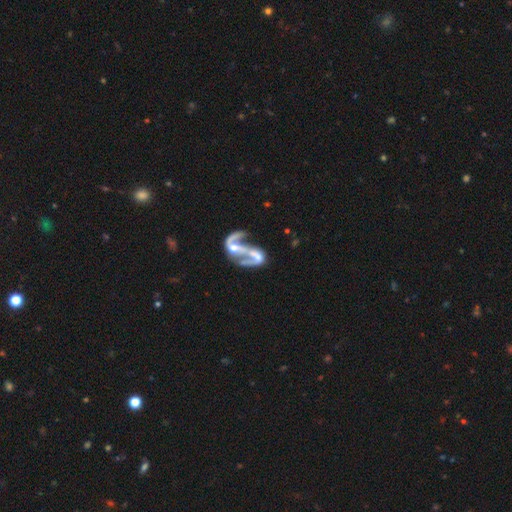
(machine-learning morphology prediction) This appears to be a featured or disk galaxy (78%) with no bar (58%), spiral arms (65%) and a moderate central bulge (38%). Merging: merger (46%).